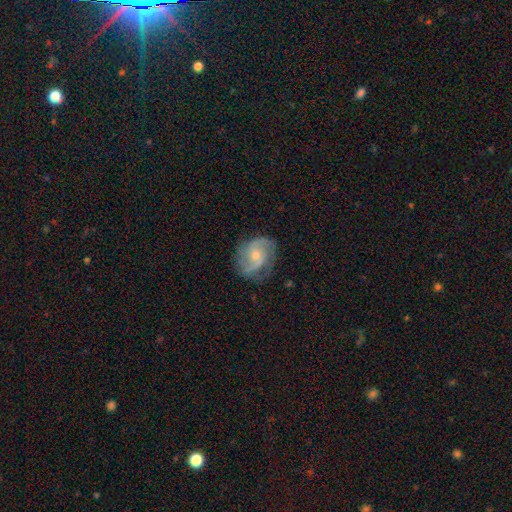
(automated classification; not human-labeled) This appears to be a featured or disk galaxy (78%) with no bar (59%), 2 (74%) medium (50%) spiral arms (94%) and a moderate central bulge (45%). Merging: none (71%).